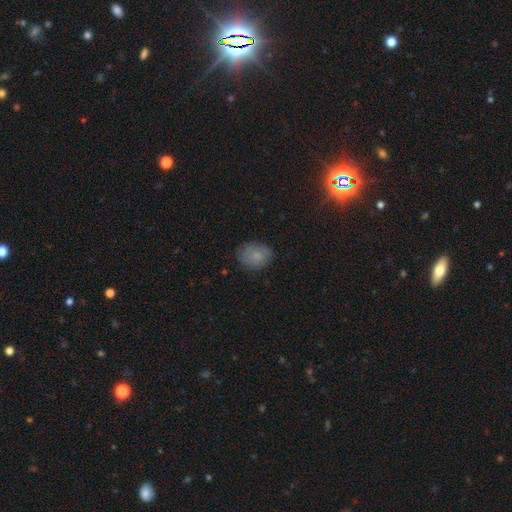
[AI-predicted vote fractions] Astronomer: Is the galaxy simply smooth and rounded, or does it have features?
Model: smooth — 81%.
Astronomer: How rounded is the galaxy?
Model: round — 55% (runner-up: in between, 44%).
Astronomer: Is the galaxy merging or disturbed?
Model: none — 79%.